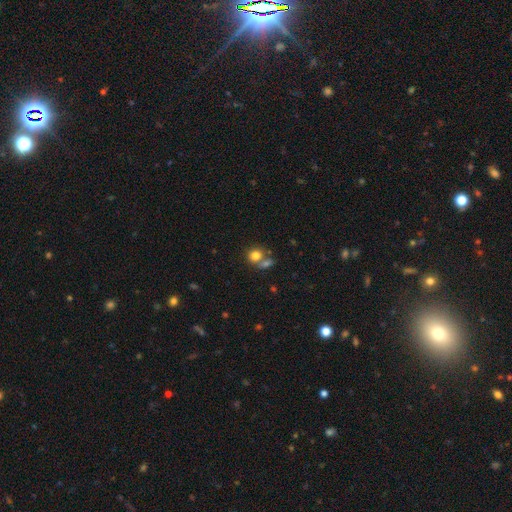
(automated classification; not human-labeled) A smooth galaxy with no disk features (79%) that is round (76%). Merging: none (50%).